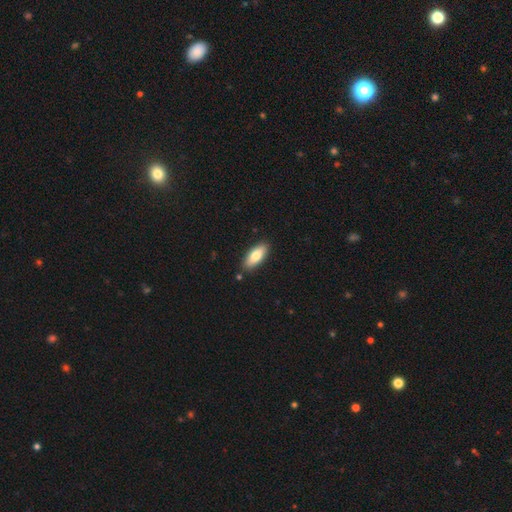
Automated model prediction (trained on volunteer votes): smooth_or_featured: smooth (p=0.77) [alt: featured or disk p=0.17]
how_rounded: in between (p=0.76) [alt: cigar-shaped p=0.22]
merging: none (p=0.87) [alt: minor disturbance p=0.09]